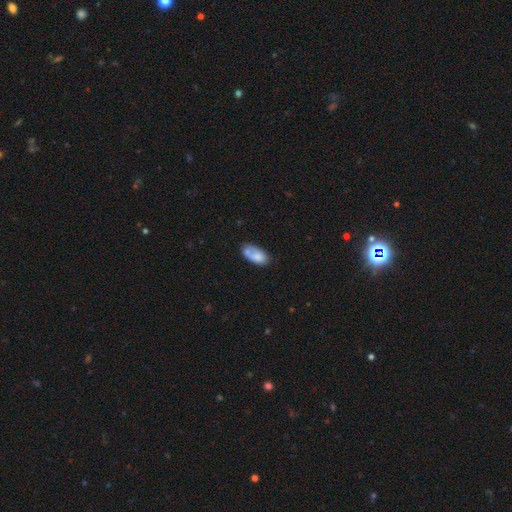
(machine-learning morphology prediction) This appears to be a smooth galaxy with no disk features (72%) that is in between round and cigar-shaped (90%). Merging: none (37%).